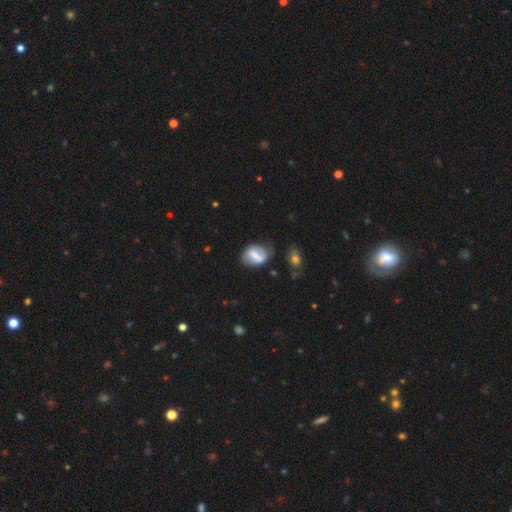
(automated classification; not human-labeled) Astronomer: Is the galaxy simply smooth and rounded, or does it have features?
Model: featured or disk — 47% (runner-up: smooth, 46%).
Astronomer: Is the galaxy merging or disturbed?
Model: none — 63%.